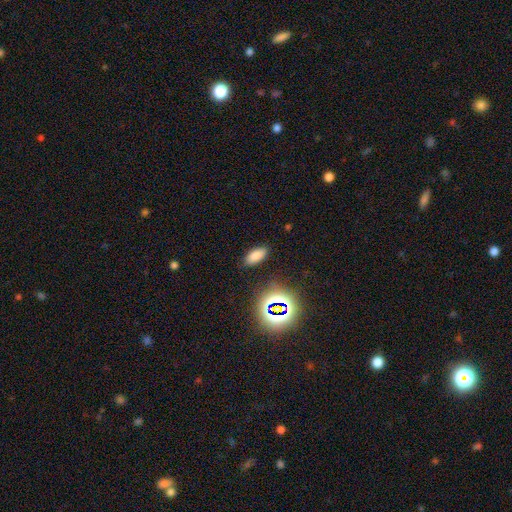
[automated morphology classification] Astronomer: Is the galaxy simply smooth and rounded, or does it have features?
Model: smooth — 74%.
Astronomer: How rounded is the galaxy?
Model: in between — 86%.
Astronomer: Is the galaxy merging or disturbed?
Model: none — 86%.